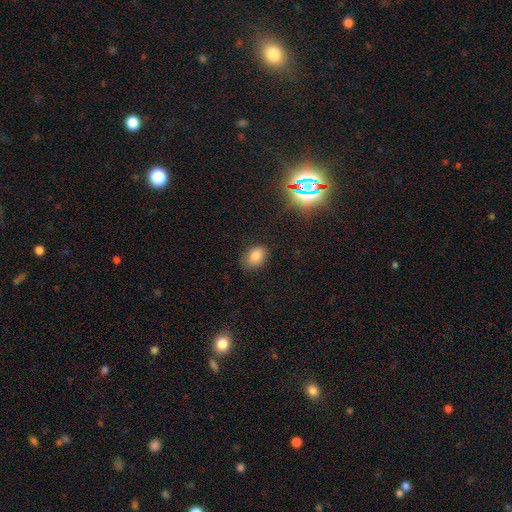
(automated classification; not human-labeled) A smooth galaxy with no disk features (80%) that is in between round and cigar-shaped (70%). Merging: none (77%).